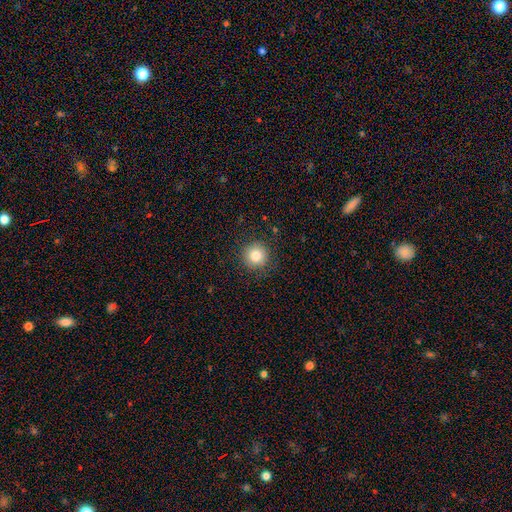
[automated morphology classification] The model was most divided on "smooth or featured": smooth: 83%, star or artifact: 11%, featured or disk: 6%. More confident: how rounded — round (95%); merging — none (89%).